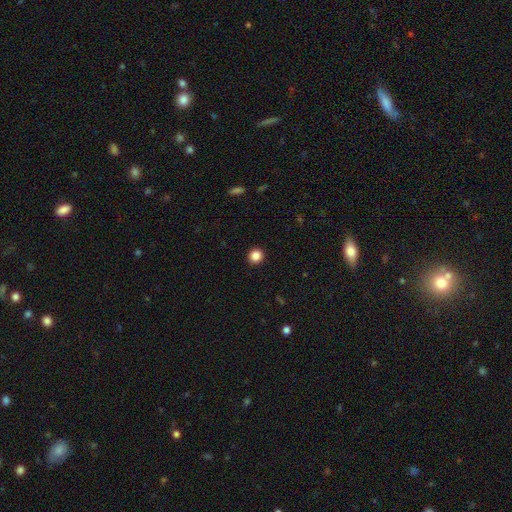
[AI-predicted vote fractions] Smooth or featured?
  - smooth: 86% *
  - star or artifact: 11%
  - featured or disk: 3%
How rounded?
  - round: 92% *
  - in between: 7%
  - cigar-shaped: 1%
Merging?
  - none: 93% *
  - minor disturbance: 5%
  - major disturbance: 2%
  - merger: 1%